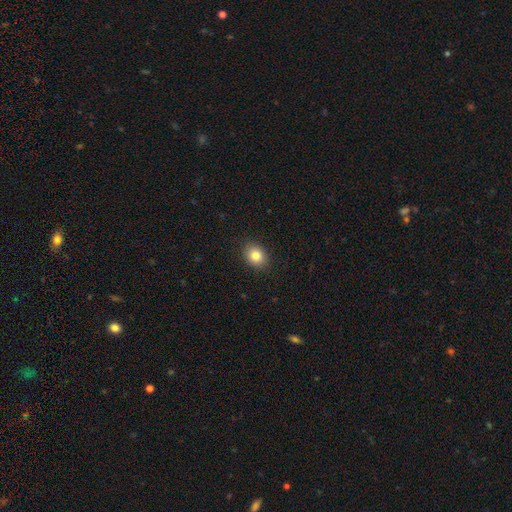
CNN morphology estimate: smooth-or-featured: smooth: 83% | star or artifact: 10% | featured or disk: 7%
  how-rounded: in between: 50% | round: 49% | cigar-shaped: 1%
  merging: none: 89% | minor disturbance: 8% | major disturbance: 2% | merger: 1%